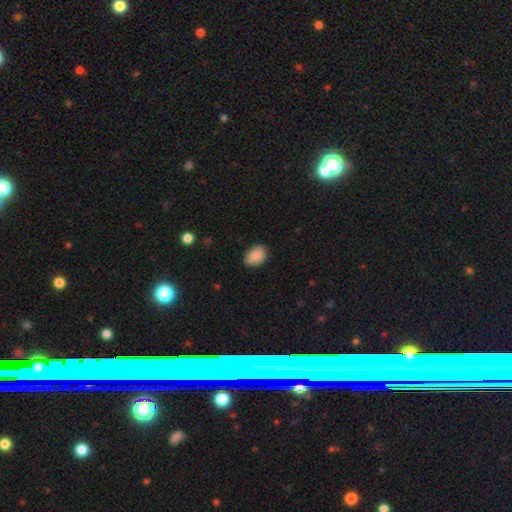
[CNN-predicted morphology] Smooth or featured?
  - smooth: 89% *
  - star or artifact: 7%
  - featured or disk: 4%
How rounded?
  - in between: 78% *
  - round: 21%
  - cigar-shaped: 1%
Merging?
  - none: 82% *
  - minor disturbance: 14%
  - major disturbance: 2%
  - merger: 1%